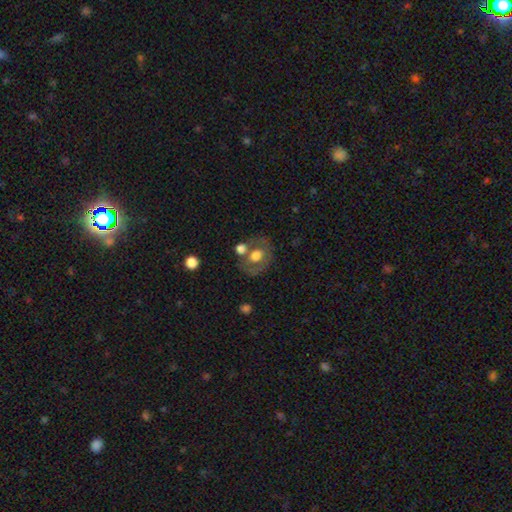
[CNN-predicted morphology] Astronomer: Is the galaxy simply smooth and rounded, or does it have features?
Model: smooth — 52% (runner-up: featured or disk, 39%).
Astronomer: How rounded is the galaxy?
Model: round — 57% (runner-up: in between, 42%).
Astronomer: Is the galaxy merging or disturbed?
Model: none — 55%.